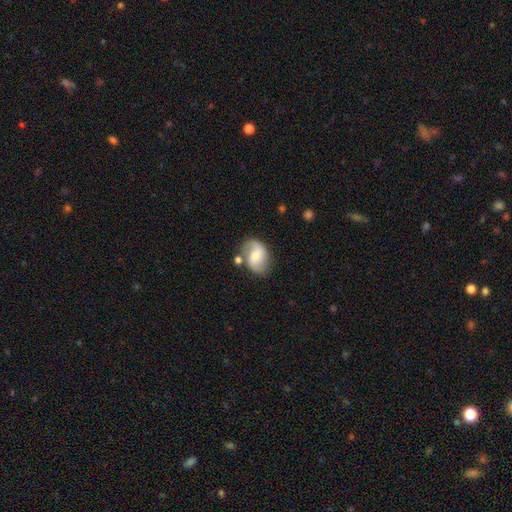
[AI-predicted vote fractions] Overall: featured or disk (67%). Edge-on disk: no (97%). Bar: weak (47%; no 36%). Spiral arms: yes (90%). Spiral arm count: 2 (87%). Spiral winding: medium (43%; loose 42%). Bulge size: moderate (53%; small 36%). Merging: none (67%).